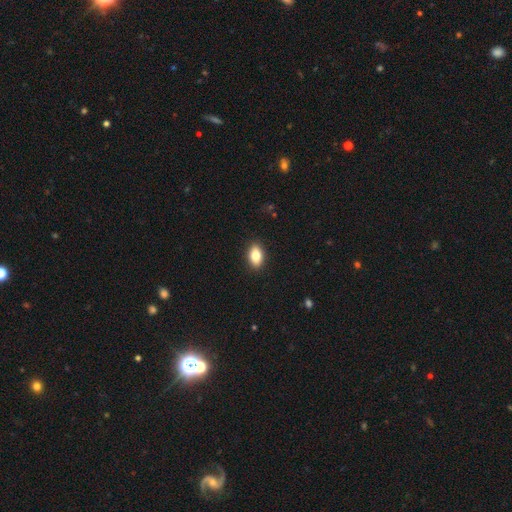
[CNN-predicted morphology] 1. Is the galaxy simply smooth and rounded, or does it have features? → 82% smooth, 11% featured or disk, 8% star or artifact.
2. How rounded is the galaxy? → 87% in between, 10% round, 3% cigar-shaped.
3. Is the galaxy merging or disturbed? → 89% none, 8% minor disturbance, 2% major disturbance, 1% merger.